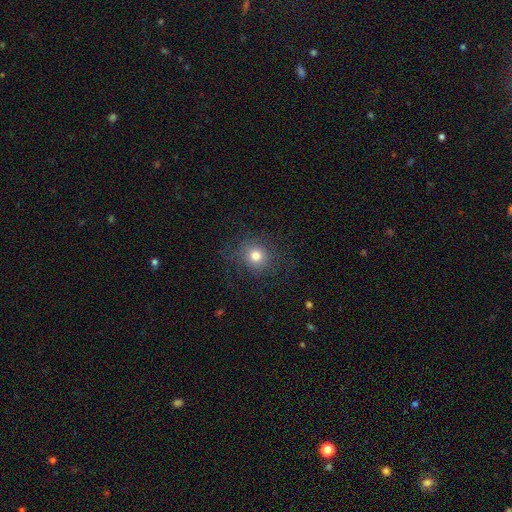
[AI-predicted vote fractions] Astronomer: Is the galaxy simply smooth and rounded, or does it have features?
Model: smooth — 74%.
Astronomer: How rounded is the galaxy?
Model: round — 86%.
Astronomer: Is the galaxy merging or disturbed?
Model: none — 76%.